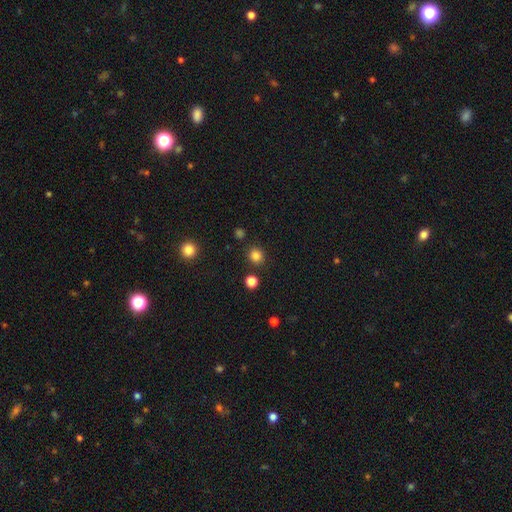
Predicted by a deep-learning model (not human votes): Smooth or featured?
  - smooth: 83% *
  - star or artifact: 13%
  - featured or disk: 4%
How rounded?
  - round: 87% *
  - in between: 12%
  - cigar-shaped: 1%
Merging?
  - none: 88% *
  - minor disturbance: 7%
  - merger: 3%
  - major disturbance: 2%